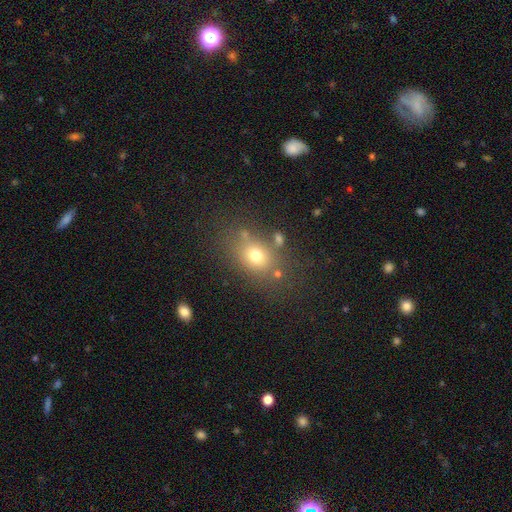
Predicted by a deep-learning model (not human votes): This is likely a smooth galaxy (60%). How rounded: possibly in between (50%). Merging: likely none (74%).